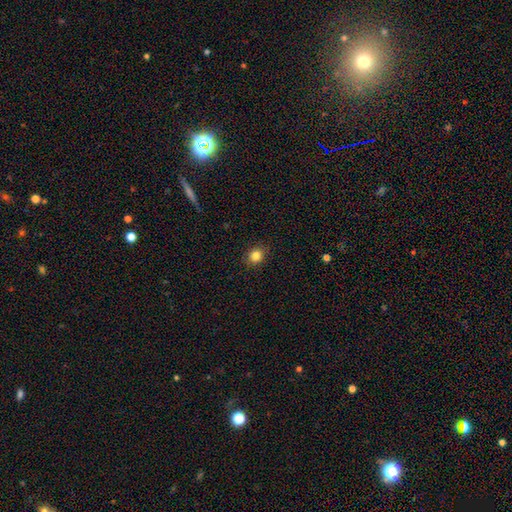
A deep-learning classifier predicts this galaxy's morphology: Smooth or featured?
  - smooth: 84% *
  - star or artifact: 11%
  - featured or disk: 5%
How rounded?
  - round: 71% *
  - in between: 28%
  - cigar-shaped: 1%
Merging?
  - none: 89% *
  - minor disturbance: 8%
  - major disturbance: 2%
  - merger: 1%